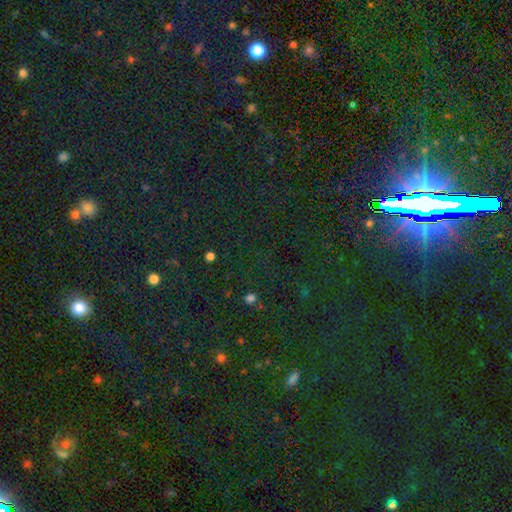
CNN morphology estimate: A star or artifact, not a galaxy (80%).